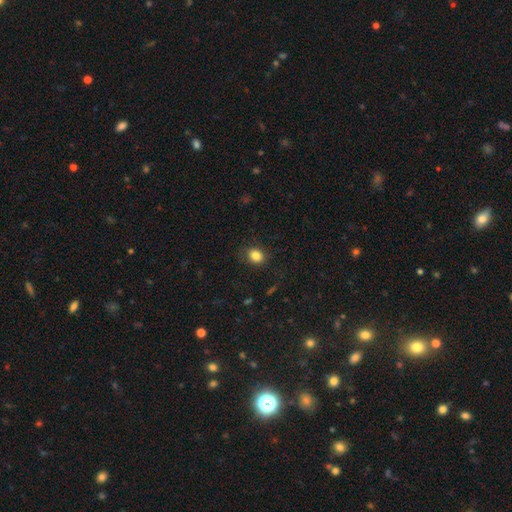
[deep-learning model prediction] A smooth galaxy with no disk features (84%) that is round (51%). Merging: none (82%).